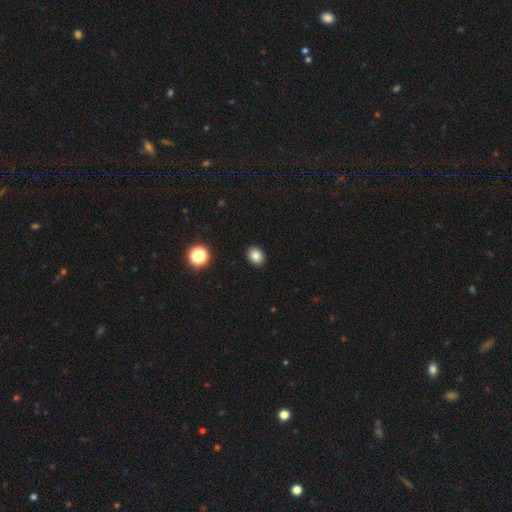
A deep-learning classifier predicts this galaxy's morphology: A smooth galaxy with no disk features (85%) that is in between round and cigar-shaped (58%).

Vote fractions:
- Smooth or featured? smooth: 85% / star or artifact: 11% / featured or disk: 4%
- How rounded? in between: 58% / round: 41% / cigar-shaped: 1%
- Merging? none: 91% / minor disturbance: 6% / major disturbance: 2% / merger: 1%